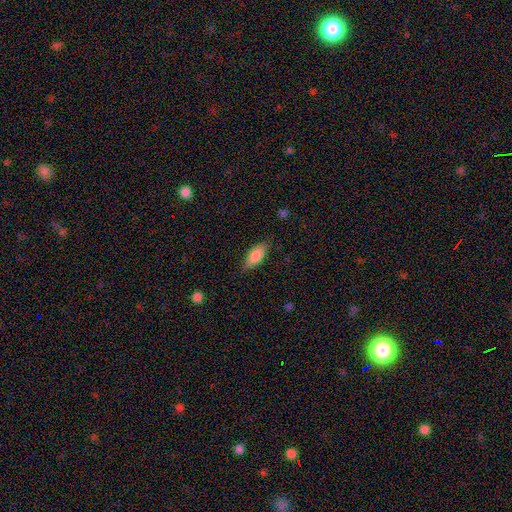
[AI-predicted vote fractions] Smooth or featured? Predicted: smooth (p=0.84). How rounded? Predicted: in between (p=0.81). Merging? Predicted: none (p=0.80).